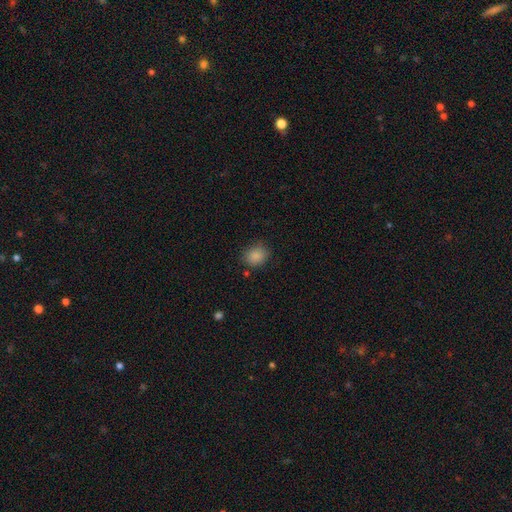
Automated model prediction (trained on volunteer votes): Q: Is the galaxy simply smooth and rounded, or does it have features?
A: smooth — 86%.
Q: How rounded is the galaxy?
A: round — 61%.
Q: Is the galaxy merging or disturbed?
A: none — 80%.